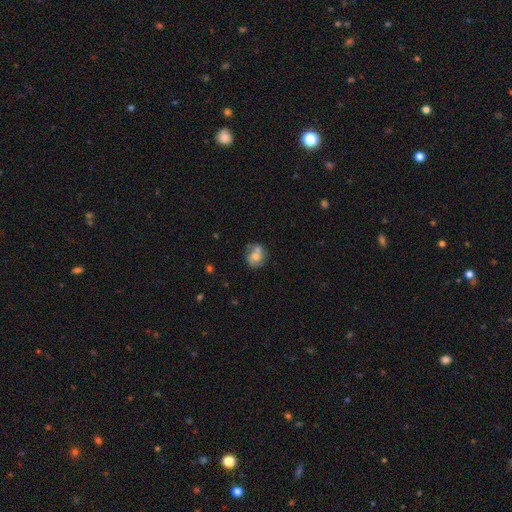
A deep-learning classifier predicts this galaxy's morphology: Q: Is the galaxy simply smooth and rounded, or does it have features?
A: smooth — 47%.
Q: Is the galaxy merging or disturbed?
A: none — 49%.